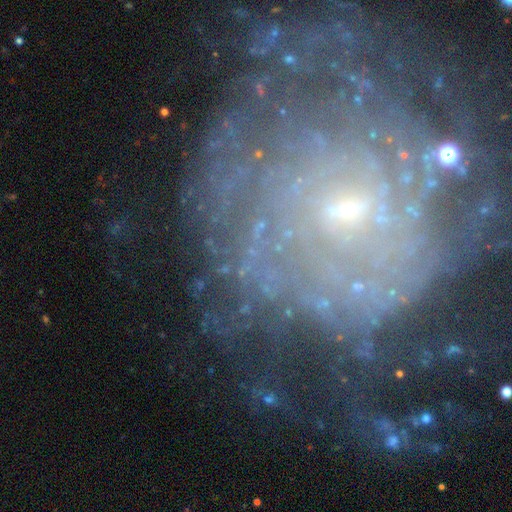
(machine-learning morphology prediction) Overall: featured or disk (79%). Edge-on disk: no (97%). Bar: no (49%; weak 41%). Spiral arms: yes (83%). Spiral arm count: can't tell (51%; 2 13%). Spiral winding: tight (65%). Bulge size: small (72%). Merging: none (59%; major disturbance 19%).